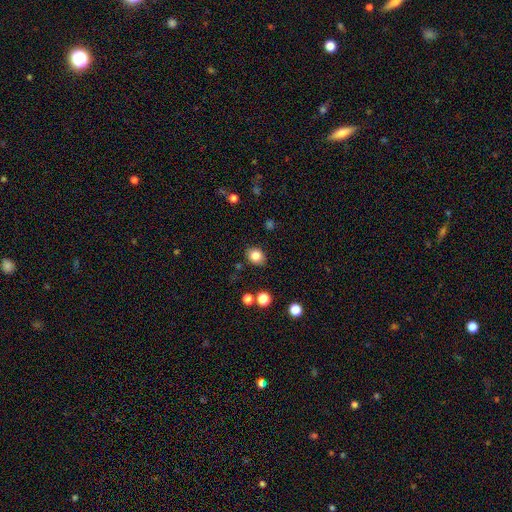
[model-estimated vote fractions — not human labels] Overall: smooth (83%). How rounded: round (56%; in between 44%). Merging: none (85%).